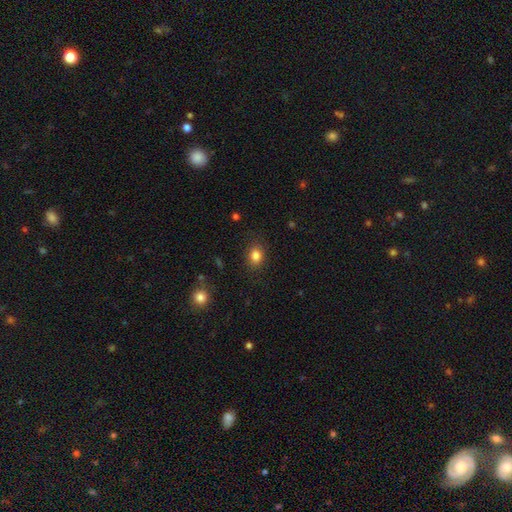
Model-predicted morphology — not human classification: This appears to be a smooth galaxy with no disk features (83%) that is in between round and cigar-shaped (53%). Merging: none (85%).